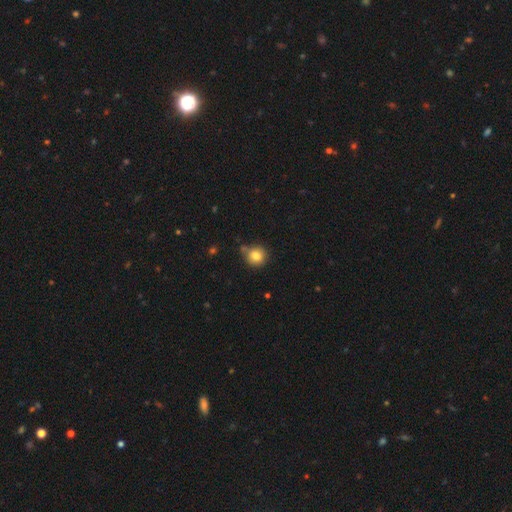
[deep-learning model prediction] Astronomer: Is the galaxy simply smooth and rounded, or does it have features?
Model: smooth — 82%.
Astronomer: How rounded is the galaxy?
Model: round — 90%.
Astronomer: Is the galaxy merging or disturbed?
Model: none — 72%.